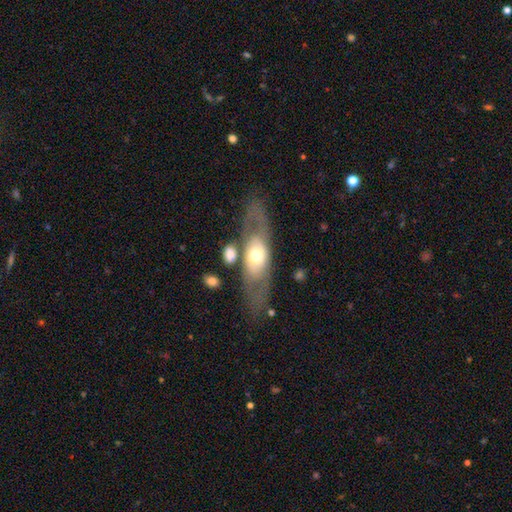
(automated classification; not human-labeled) The model was most divided on "smooth or featured": featured or disk: 61%, smooth: 33%, star or artifact: 6%. More confident: edge-on disk — no (70%); merging — none (68%).